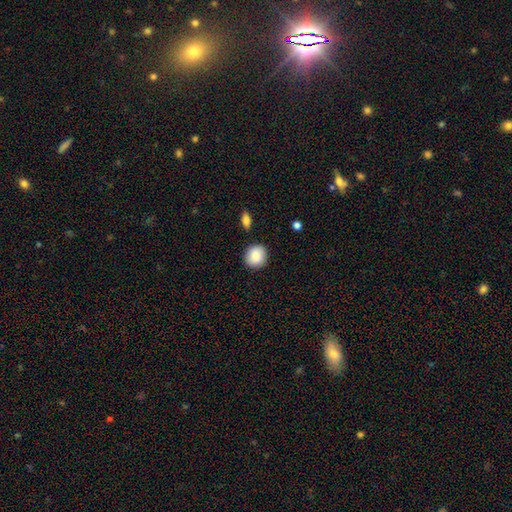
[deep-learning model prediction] Smooth or featured? Predicted: smooth (p=0.88). How rounded? Predicted: round (p=0.87). Merging? Predicted: none (p=0.88).